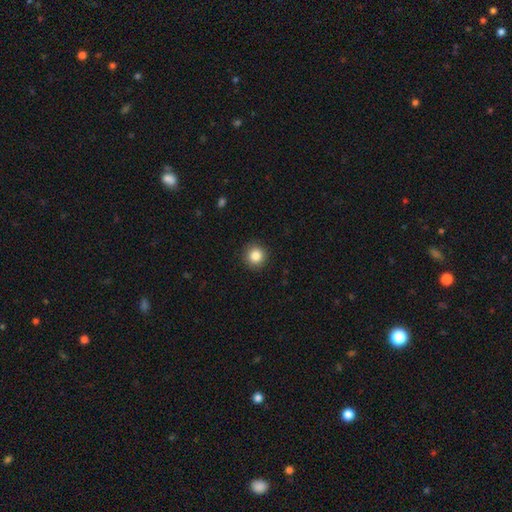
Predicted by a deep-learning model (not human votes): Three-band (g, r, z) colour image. It shows a smooth galaxy with no disk features (85%) that is round (94%). Merging: none (92%).